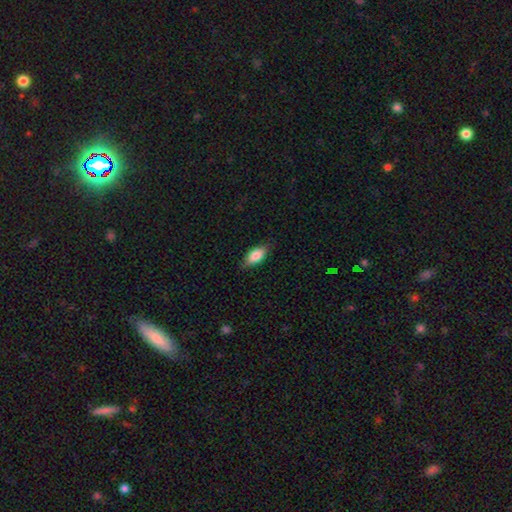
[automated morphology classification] smooth 82%, featured or disk 11%, star or artifact 7%. Down the decision tree: how rounded — in between (87%); merging — none (81%).